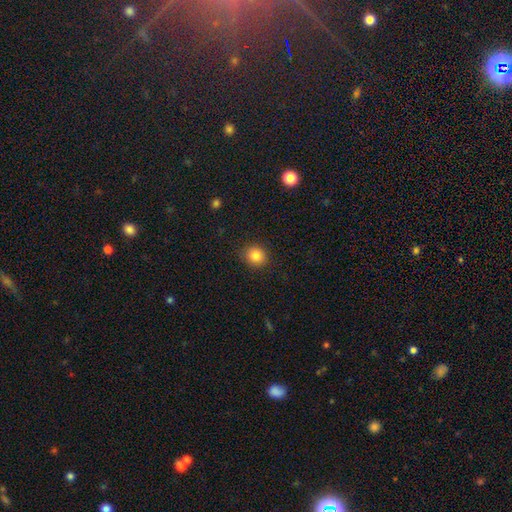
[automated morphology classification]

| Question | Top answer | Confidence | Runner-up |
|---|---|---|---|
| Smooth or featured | smooth | 85% | star or artifact (10%) |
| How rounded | round | 80% | in between (19%) |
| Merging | none | 88% | minor disturbance (8%) |